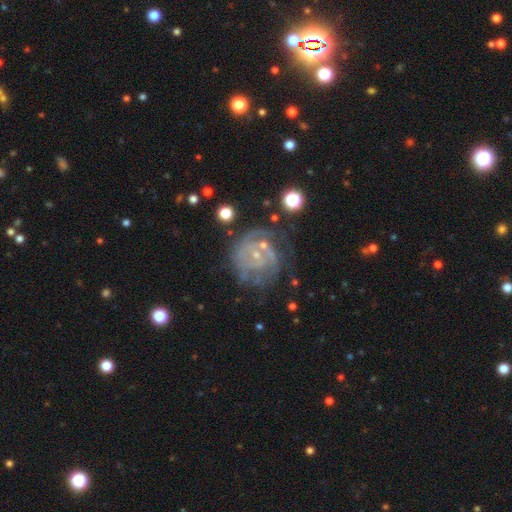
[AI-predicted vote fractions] This is likely a featured or disk galaxy (77%). It is clearly not viewed edge-on (98%). Bar: likely no (71%). Spiral arm pattern: clearly yes (82%). Spiral arm count: marginally can't tell (43%). Spiral winding: likely tight (61%). Central bulge: likely small (75%). Merging: possibly none (56%).